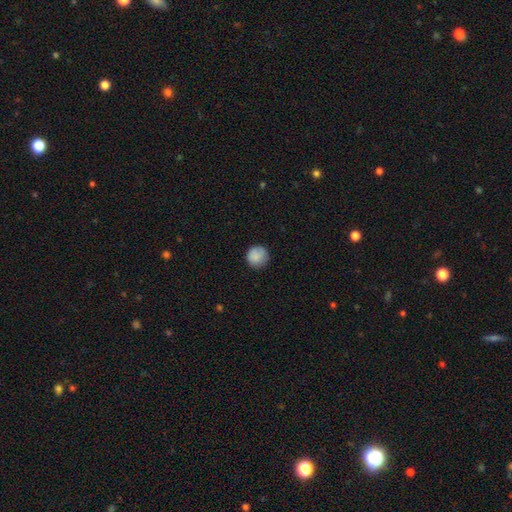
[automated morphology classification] Smooth or featured? Predicted: smooth (p=0.85). How rounded? Predicted: round (p=0.93). Merging? Predicted: none (p=0.82).